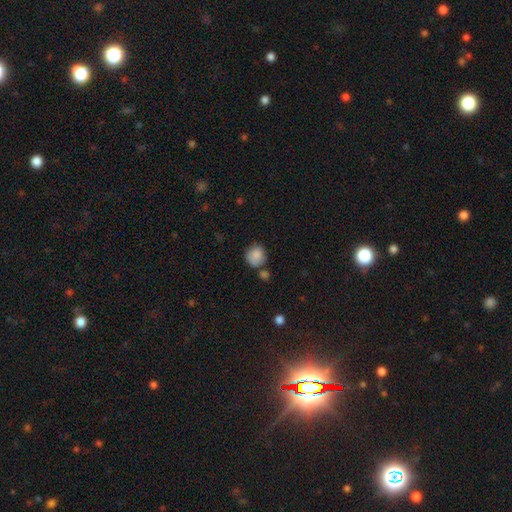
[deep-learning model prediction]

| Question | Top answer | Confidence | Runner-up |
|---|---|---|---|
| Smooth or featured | smooth | 85% | star or artifact (8%) |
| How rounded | round | 85% | in between (14%) |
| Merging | none | 62% | minor disturbance (19%) |